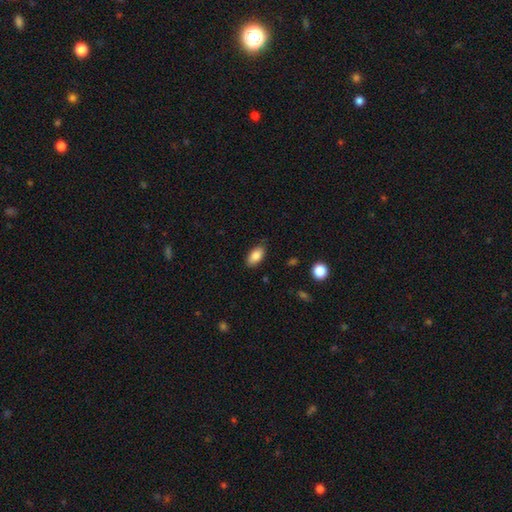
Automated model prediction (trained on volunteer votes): smooth_or_featured: smooth (p=0.84) [alt: featured or disk p=0.09]
how_rounded: in between (p=0.92) [alt: cigar-shaped p=0.04]
merging: none (p=0.82) [alt: minor disturbance p=0.14]